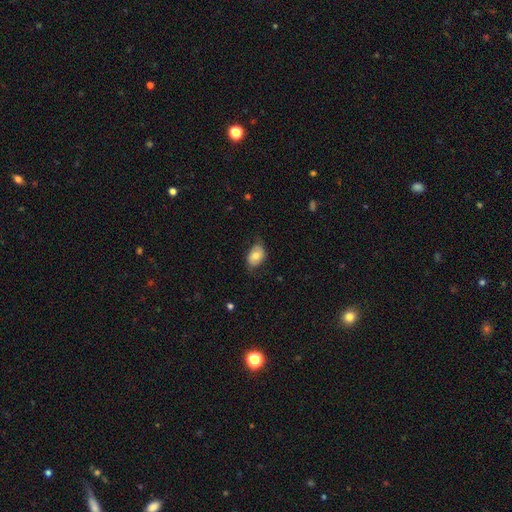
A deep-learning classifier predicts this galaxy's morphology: Q: Smooth or featured?
A: smooth (63%); runner-up: featured or disk (29%)
Q: How rounded?
A: in between (85%); runner-up: round (14%)
Q: Merging?
A: none (64%); runner-up: minor disturbance (26%)